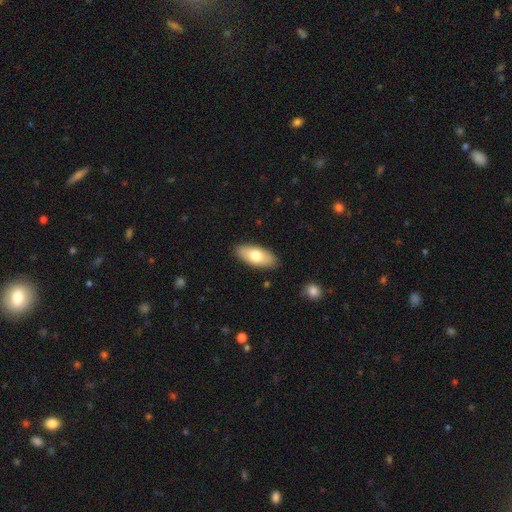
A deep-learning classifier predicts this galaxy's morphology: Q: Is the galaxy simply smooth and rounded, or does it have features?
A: smooth — 72%.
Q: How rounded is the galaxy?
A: in between — 87%.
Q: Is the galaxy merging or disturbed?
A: none — 88%.